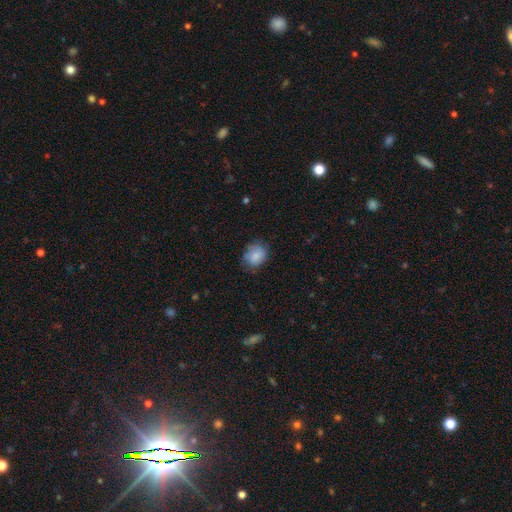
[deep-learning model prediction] The model was most divided on "how rounded": round: 53%, in between: 46%, cigar-shaped: 1%. More confident: smooth or featured — smooth (83%); merging — none (67%).